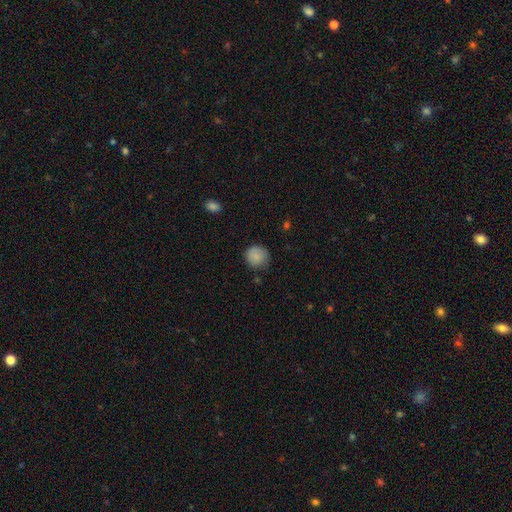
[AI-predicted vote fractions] smooth 86%, star or artifact 8%, featured or disk 6%. Down the decision tree: how rounded — round (90%); merging — none (73%).